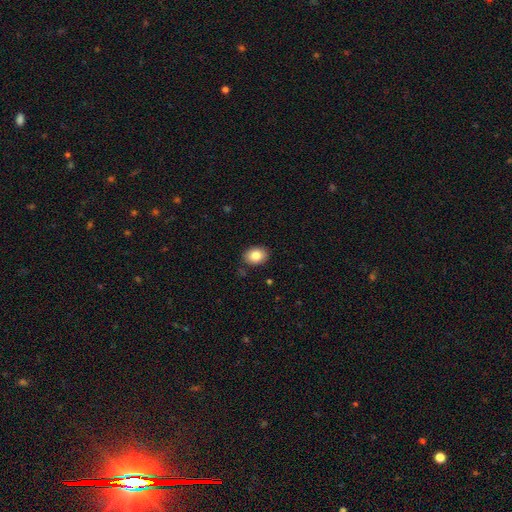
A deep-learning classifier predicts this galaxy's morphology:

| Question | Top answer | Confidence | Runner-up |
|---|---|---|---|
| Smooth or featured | smooth | 84% | star or artifact (8%) |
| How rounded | in between | 71% | round (29%) |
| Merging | none | 87% | minor disturbance (9%) |